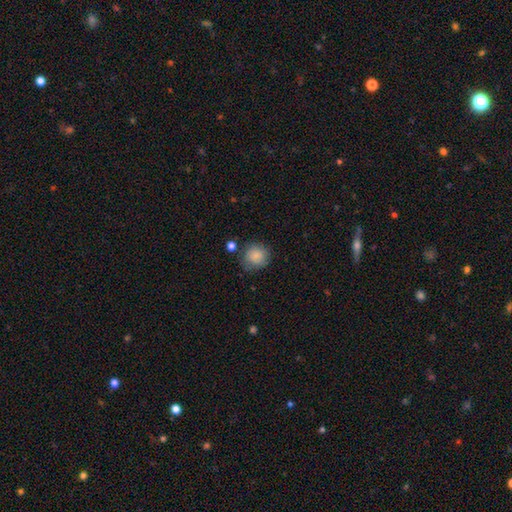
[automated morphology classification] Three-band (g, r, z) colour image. It shows a smooth galaxy with no disk features (85%) that is round (89%). Merging: none (73%).